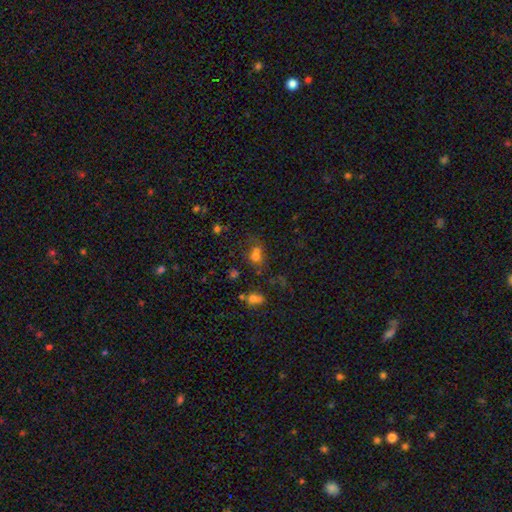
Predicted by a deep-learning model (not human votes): This appears to be a smooth galaxy with no disk features (64%) that is round (69%). Merging: merger (48%).